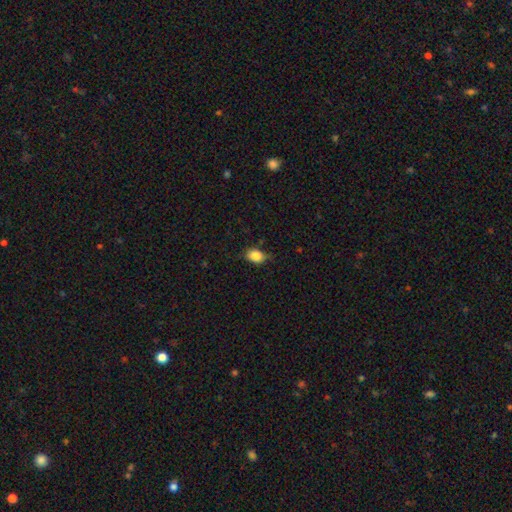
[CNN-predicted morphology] A smooth galaxy with no disk features (84%) that is in between round and cigar-shaped (68%).

Vote fractions:
- Smooth or featured? smooth: 84% / star or artifact: 9% / featured or disk: 7%
- How rounded? in between: 68% / round: 30% / cigar-shaped: 2%
- Merging? none: 73% / minor disturbance: 22% / major disturbance: 4% / merger: 1%